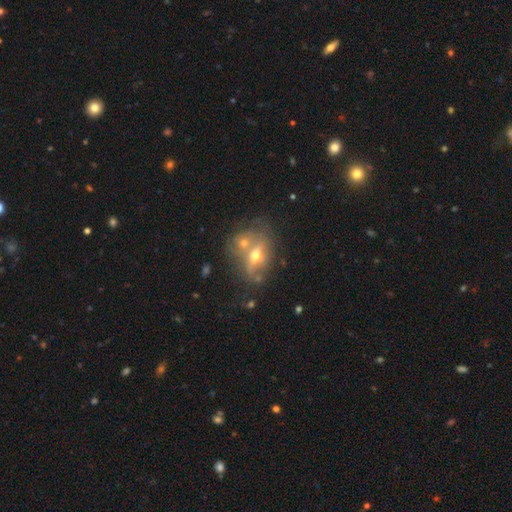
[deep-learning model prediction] Smooth or featured?
  - featured or disk: 47% *
  - smooth: 40%
  - star or artifact: 12%
Merging?
  - merger: 41% *
  - none: 38%
  - minor disturbance: 13%
  - major disturbance: 8%